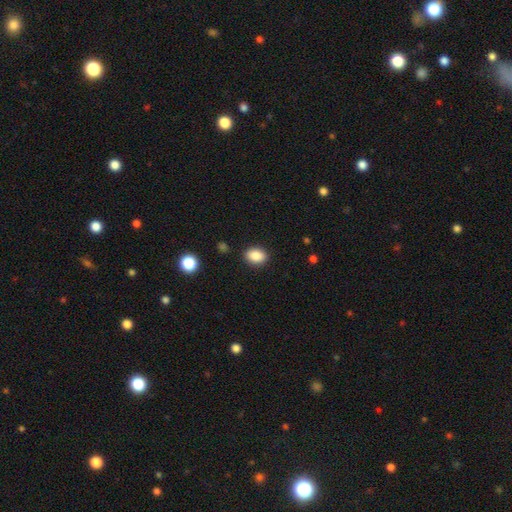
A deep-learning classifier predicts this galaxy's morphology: A smooth galaxy with no disk features (88%) that is in between round and cigar-shaped (75%).

Vote fractions:
- Smooth or featured? smooth: 88% / star or artifact: 9% / featured or disk: 4%
- How rounded? in between: 75% / round: 24% / cigar-shaped: 1%
- Merging? none: 88% / minor disturbance: 8% / major disturbance: 2% / merger: 1%